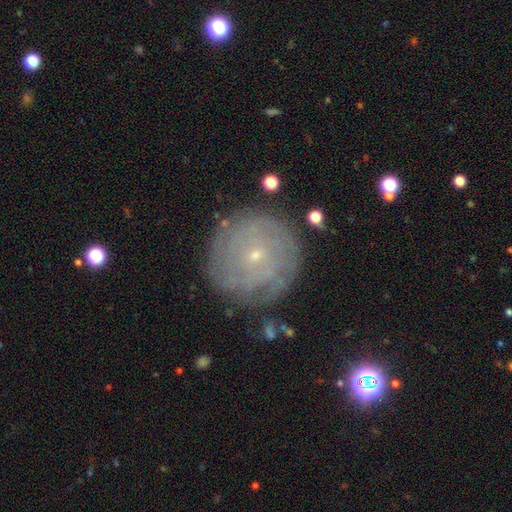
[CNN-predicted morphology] A featured or disk galaxy (73%) with no bar (81%), tight (82%) spiral arms (90%) and a small central bulge (86%). Merging: none (82%).